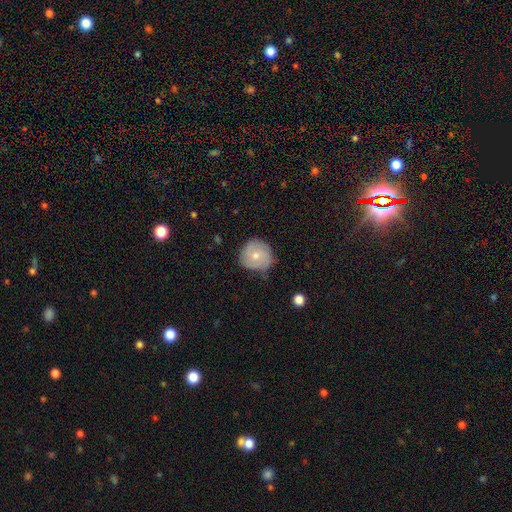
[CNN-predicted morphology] This is possibly a smooth galaxy (56%). How rounded: clearly round (90%). Merging: likely none (66%).